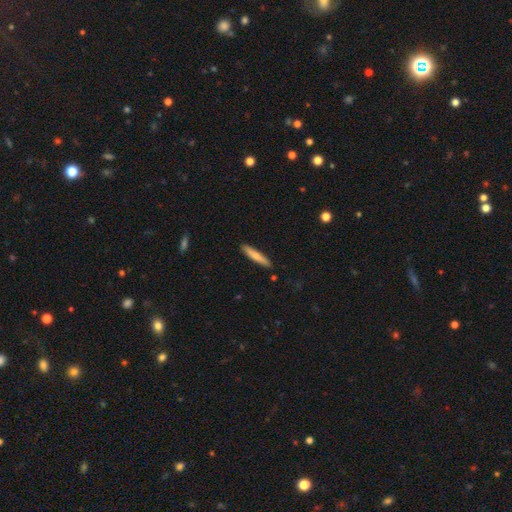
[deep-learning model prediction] Smooth or featured?
  - smooth: 73% *
  - featured or disk: 21%
  - star or artifact: 6%
How rounded?
  - cigar-shaped: 92% *
  - in between: 7%
  - round: 1%
Merging?
  - none: 89% *
  - minor disturbance: 8%
  - major disturbance: 1%
  - merger: 1%